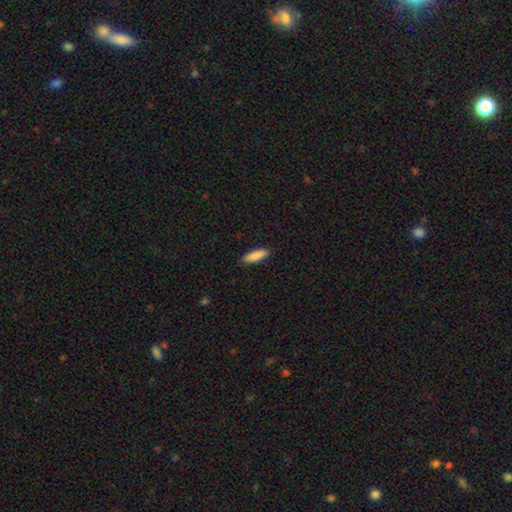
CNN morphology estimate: smooth 89%, star or artifact 6%, featured or disk 6%. Down the decision tree: how rounded — cigar-shaped (50%); merging — none (90%).